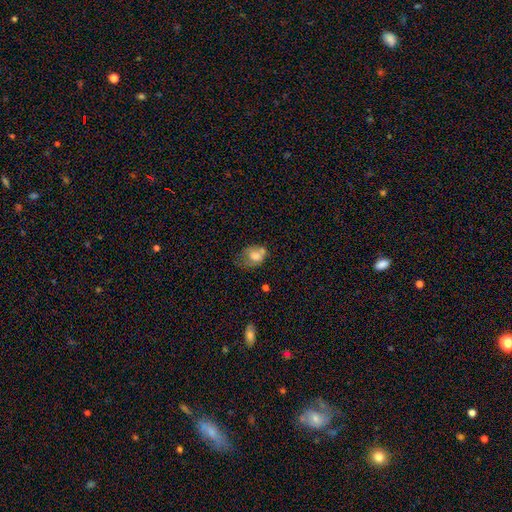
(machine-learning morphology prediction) The model was most divided on "merging": none: 29%, minor disturbance: 28%, merger: 22%, major disturbance: 21%. More confident: smooth or featured — smooth (67%); how rounded — in between (56%).